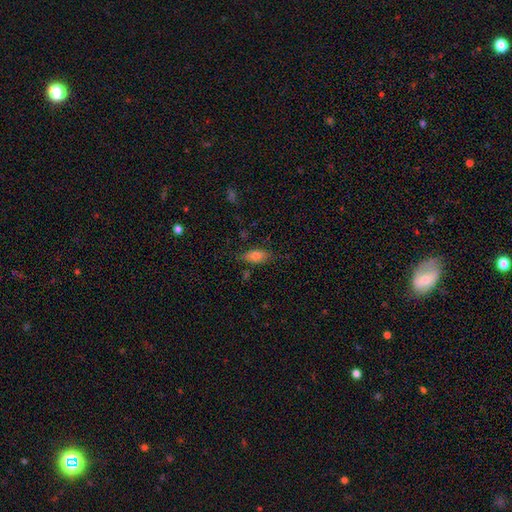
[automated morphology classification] type=smooth (79%); roundness=in between (86%); merging=none (75%).